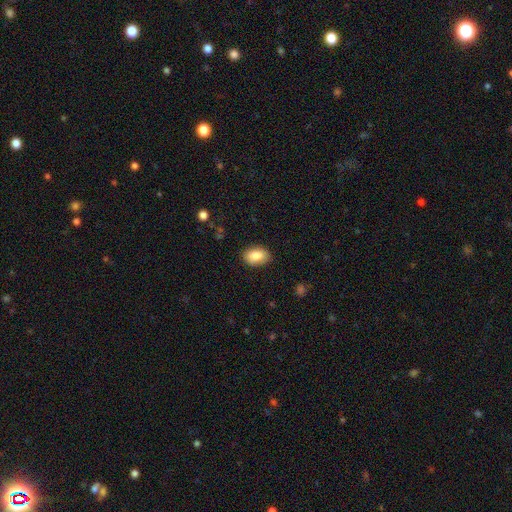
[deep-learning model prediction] smooth 86%, featured or disk 7%, star or artifact 7%. Down the decision tree: how rounded — in between (88%); merging — none (87%).